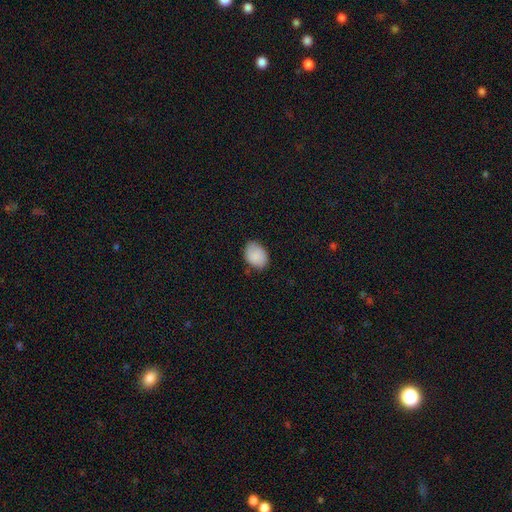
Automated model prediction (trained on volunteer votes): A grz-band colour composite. It shows a smooth galaxy with no disk features (86%) that is in between round and cigar-shaped (77%). Merging: none (73%).